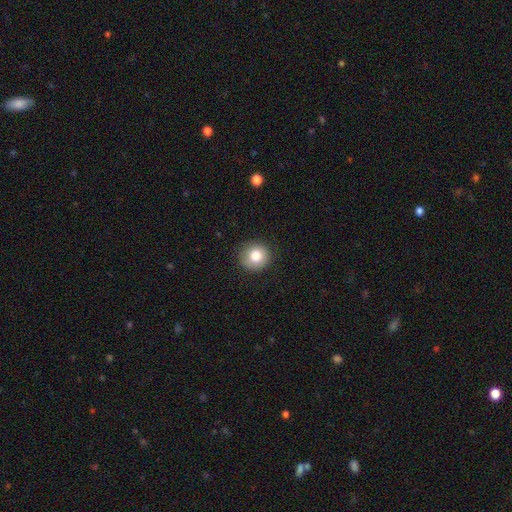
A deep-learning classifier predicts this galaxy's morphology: smooth 82%, star or artifact 9%, featured or disk 9%. Down the decision tree: how rounded — round (91%); merging — none (85%).